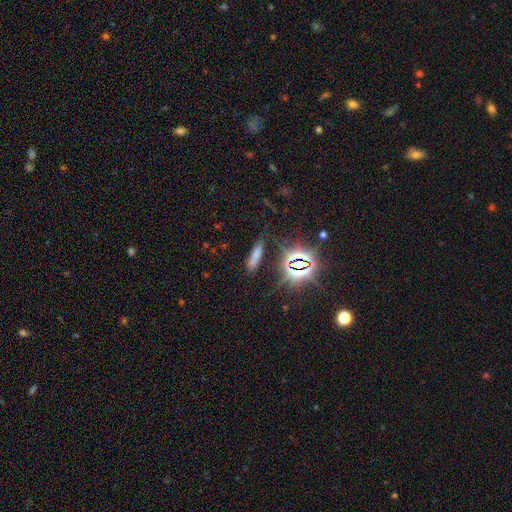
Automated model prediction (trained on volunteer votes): This appears to be a smooth galaxy with no disk features (62%) that is cigar-shaped (69%). Merging: none (79%).